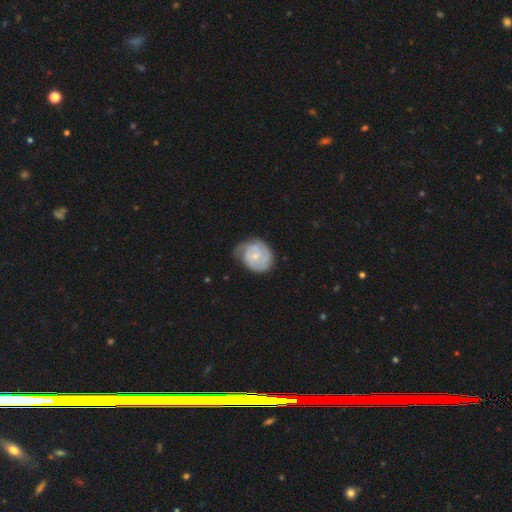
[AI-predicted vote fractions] featured or disk 75%, smooth 20%, star or artifact 5%. Down the decision tree: edge-on disk — no (98%); bar — no (69%); spiral arms — yes (94%); spiral arm count — 2 (43%); spiral winding — tight (65%); bulge size — small (70%); merging — none (60%).